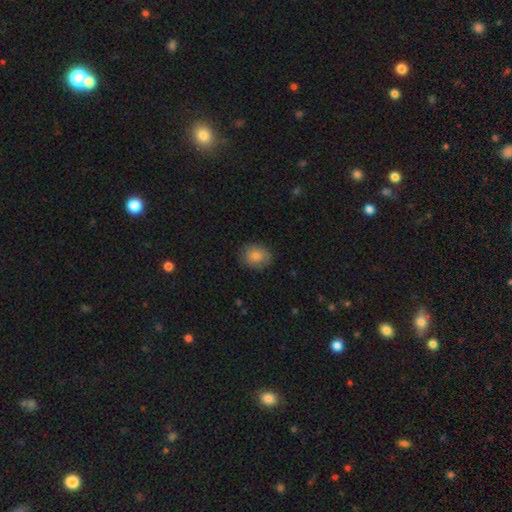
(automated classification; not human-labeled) Smooth or featured: smooth — 82% (featured or disk — 9%)
How rounded: round — 58% (in between — 41%)
Merging: none — 84% (minor disturbance — 12%)